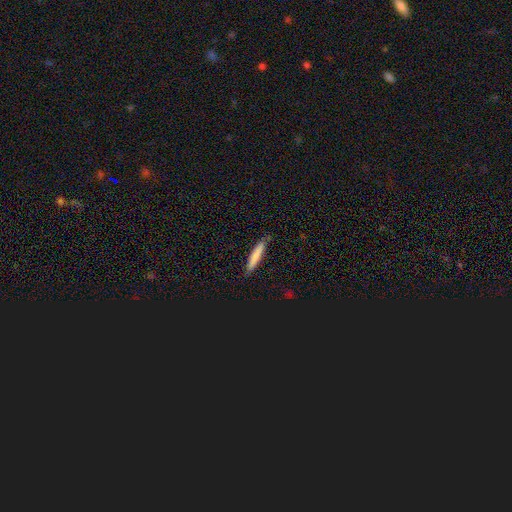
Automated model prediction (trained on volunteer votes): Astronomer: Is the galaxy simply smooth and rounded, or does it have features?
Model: smooth — 78%.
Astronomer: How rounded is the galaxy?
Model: cigar-shaped — 92%.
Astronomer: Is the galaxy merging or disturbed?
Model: none — 85%.